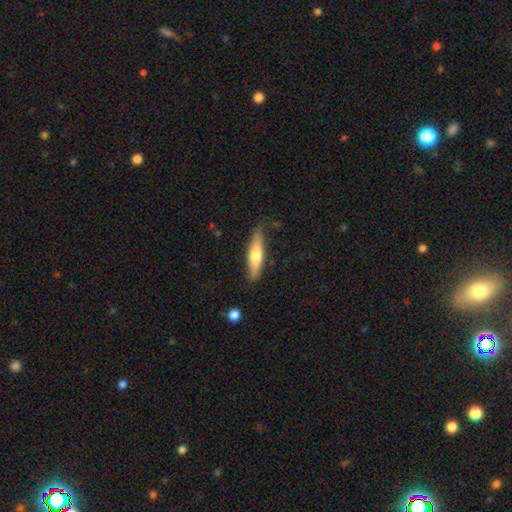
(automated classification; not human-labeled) A smooth galaxy with no disk features (57%) that is cigar-shaped (79%).

Vote fractions:
- Smooth or featured? smooth: 57% / featured or disk: 38% / star or artifact: 5%
- How rounded? cigar-shaped: 79% / in between: 20% / round: 2%
- Merging? none: 82% / minor disturbance: 14% / major disturbance: 3% / merger: 2%